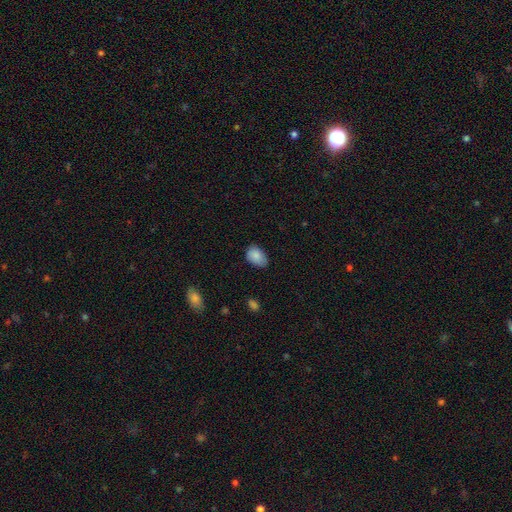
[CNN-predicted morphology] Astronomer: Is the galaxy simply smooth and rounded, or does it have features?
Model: smooth — 86%.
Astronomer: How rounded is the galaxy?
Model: in between — 86%.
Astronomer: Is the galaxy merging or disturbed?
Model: none — 69%.